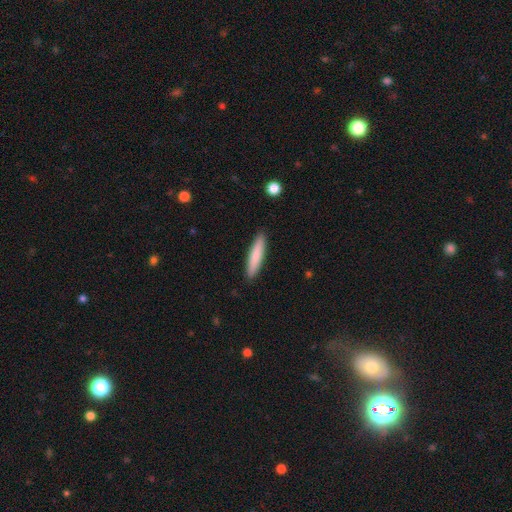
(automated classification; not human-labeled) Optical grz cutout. It shows a smooth galaxy with no disk features (81%) that is cigar-shaped (88%). Merging: none (91%).